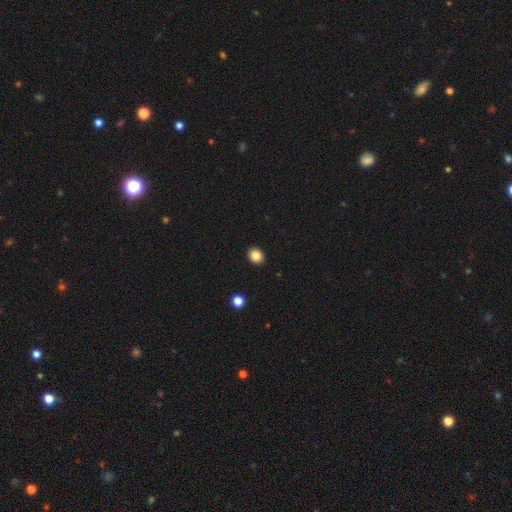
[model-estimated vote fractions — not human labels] smooth 85%, star or artifact 10%, featured or disk 5%. Down the decision tree: how rounded — round (64%); merging — none (92%).